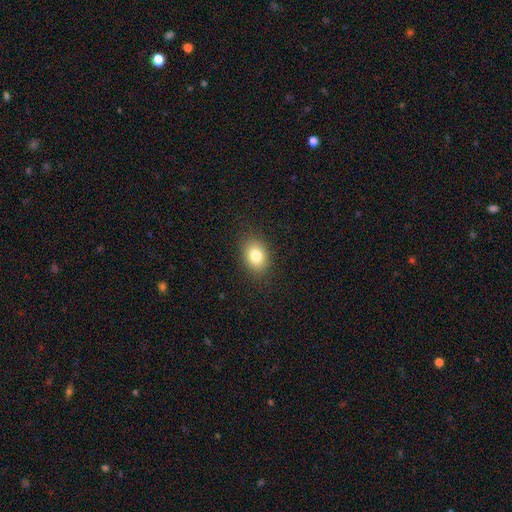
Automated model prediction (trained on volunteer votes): This appears to be a smooth galaxy with no disk features (82%) that is in between round and cigar-shaped (71%). Merging: none (88%).